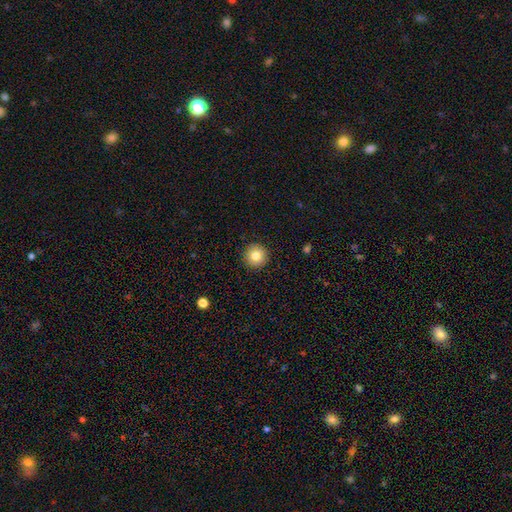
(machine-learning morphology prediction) Q: Smooth or featured?
A: smooth (82%); runner-up: star or artifact (10%)
Q: How rounded?
A: round (96%); runner-up: in between (3%)
Q: Merging?
A: none (92%); runner-up: minor disturbance (5%)